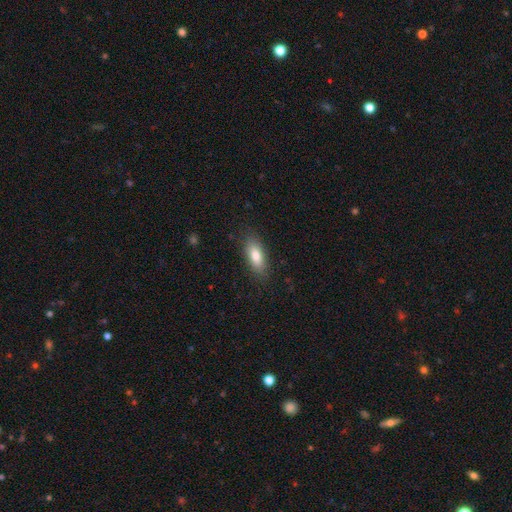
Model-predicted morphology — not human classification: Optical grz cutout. It shows a smooth galaxy with no disk features (81%) that is in between round and cigar-shaped (80%). Merging: none (85%).